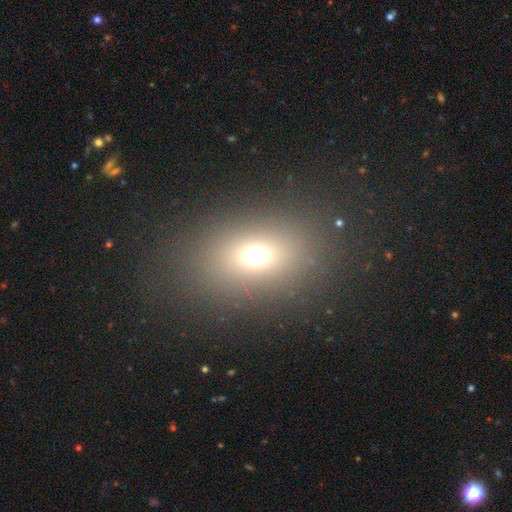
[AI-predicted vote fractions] A smooth galaxy with no disk features (67%) that is in between round and cigar-shaped (67%).

Vote fractions:
- Smooth or featured? smooth: 67% / star or artifact: 20% / featured or disk: 13%
- How rounded? in between: 67% / round: 31% / cigar-shaped: 2%
- Merging? none: 83% / minor disturbance: 9% / major disturbance: 7% / merger: 2%